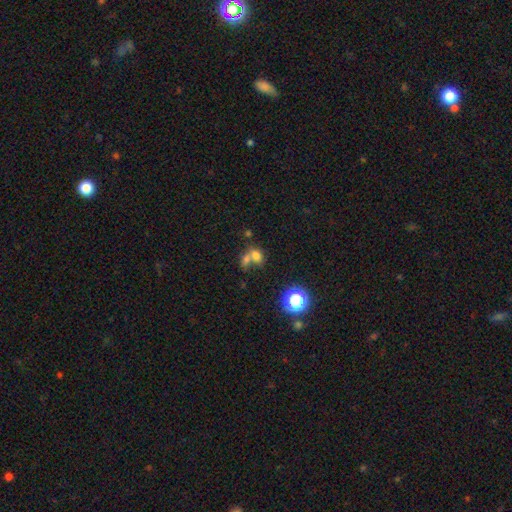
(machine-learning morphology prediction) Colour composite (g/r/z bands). It shows a smooth galaxy with no disk features (70%) that is in between round and cigar-shaped (60%). Merging: merger (56%).